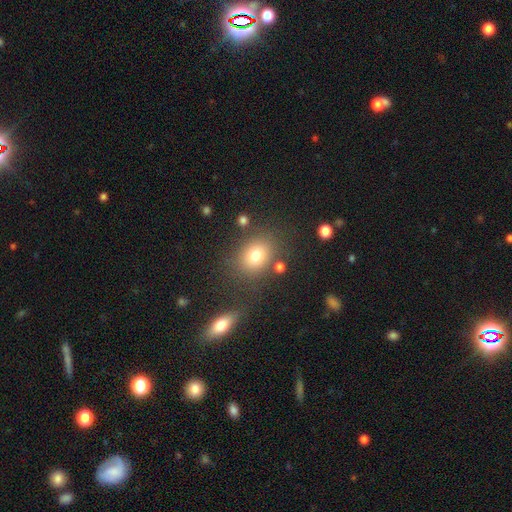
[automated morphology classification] Smooth or featured?
  - smooth: 76% *
  - star or artifact: 13%
  - featured or disk: 10%
How rounded?
  - round: 54% *
  - in between: 45%
  - cigar-shaped: 1%
Merging?
  - none: 76% *
  - minor disturbance: 11%
  - merger: 7%
  - major disturbance: 5%